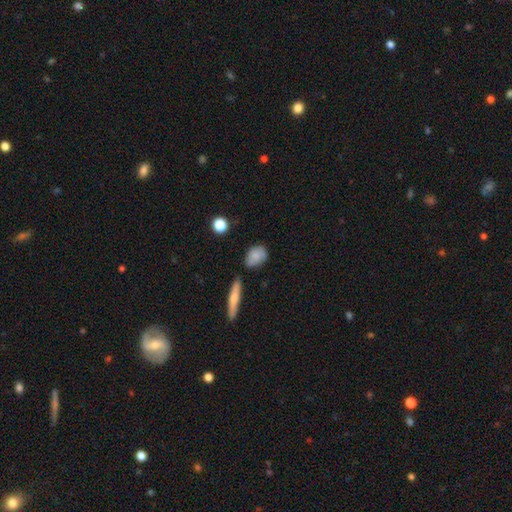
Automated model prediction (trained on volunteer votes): Smooth or featured?
  - smooth: 81% *
  - featured or disk: 11%
  - star or artifact: 8%
How rounded?
  - in between: 74% *
  - round: 22%
  - cigar-shaped: 4%
Merging?
  - none: 68% *
  - minor disturbance: 22%
  - merger: 6%
  - major disturbance: 4%